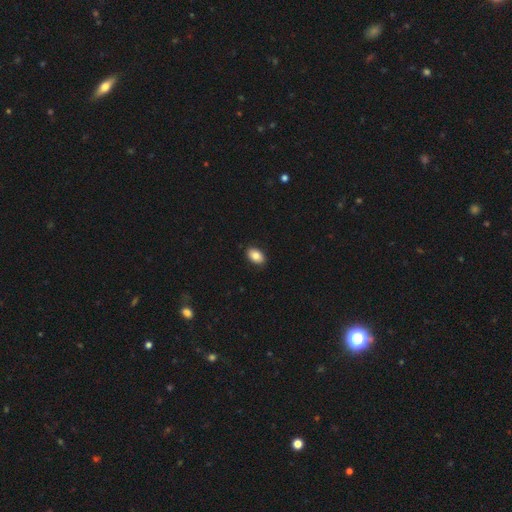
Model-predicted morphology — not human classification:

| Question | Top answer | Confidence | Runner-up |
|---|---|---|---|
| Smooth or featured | smooth | 84% | featured or disk (8%) |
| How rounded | in between | 89% | round (10%) |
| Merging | none | 89% | minor disturbance (8%) |